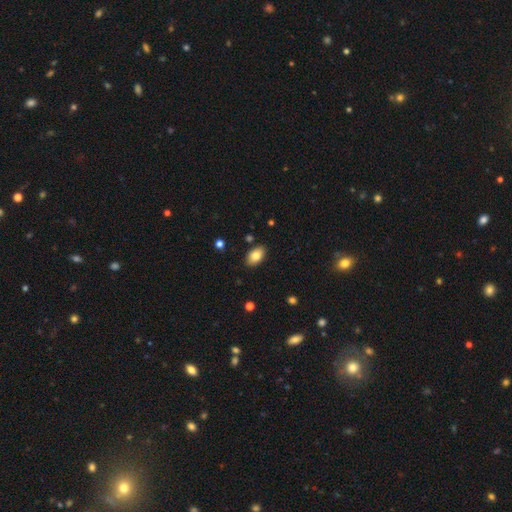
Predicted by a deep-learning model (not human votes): This is clearly a smooth galaxy (82%). How rounded: clearly in between (91%). Merging: clearly none (87%).